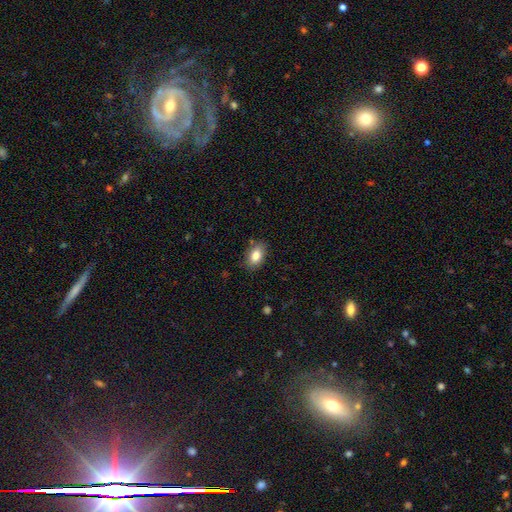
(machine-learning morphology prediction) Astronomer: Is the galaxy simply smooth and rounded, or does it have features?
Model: smooth — 82%.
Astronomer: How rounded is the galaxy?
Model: in between — 88%.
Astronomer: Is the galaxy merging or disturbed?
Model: none — 84%.